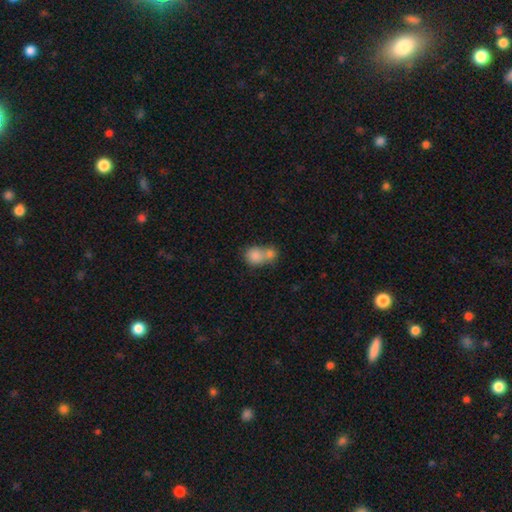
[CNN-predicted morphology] A smooth galaxy with no disk features (81%) that is round (66%). Merging: merger (64%).